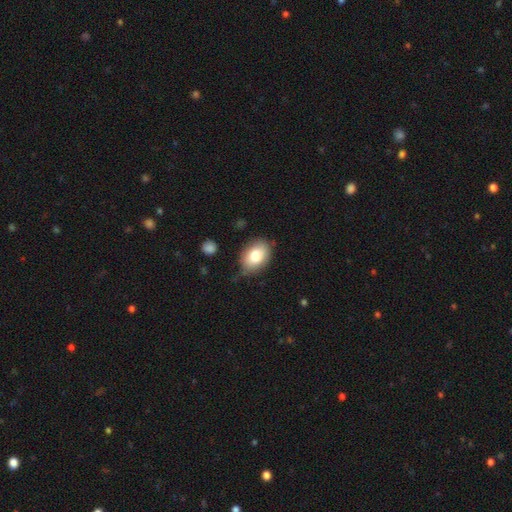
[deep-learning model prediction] Overall: smooth (80%). How rounded: in between (79%). Merging: none (69%).